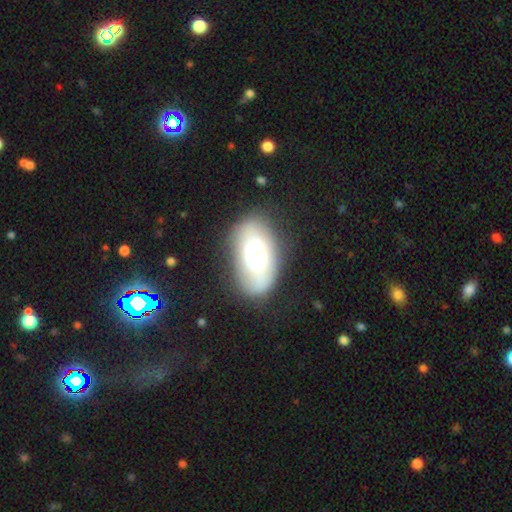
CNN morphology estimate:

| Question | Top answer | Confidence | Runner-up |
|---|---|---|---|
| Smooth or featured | smooth | 67% | featured or disk (25%) |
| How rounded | in between | 91% | round (6%) |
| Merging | none | 69% | minor disturbance (20%) |